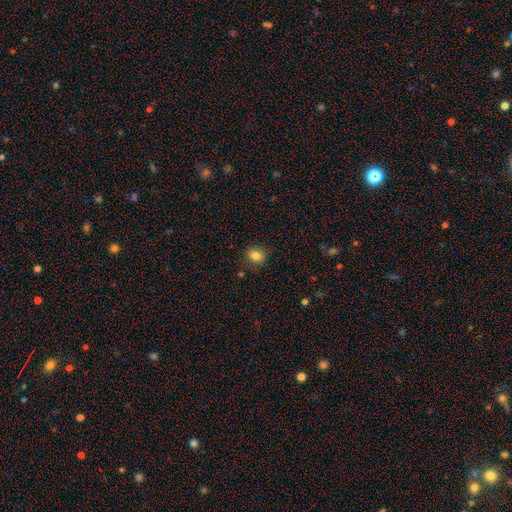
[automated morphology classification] Smooth or featured? Predicted: smooth (p=0.83). How rounded? Predicted: round (p=0.63). Merging? Predicted: none (p=0.84).